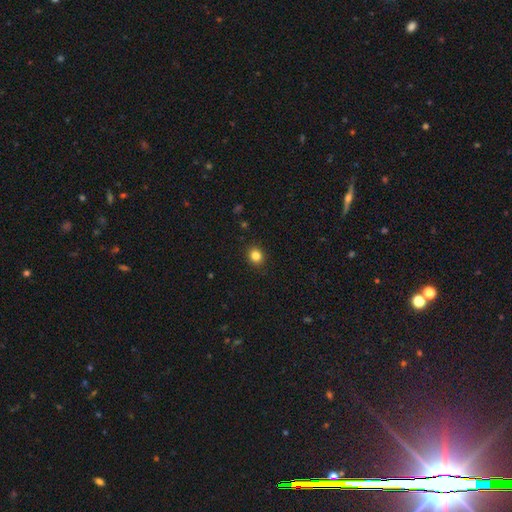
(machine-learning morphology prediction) This is clearly a smooth galaxy (83%). How rounded: clearly round (81%). Merging: clearly none (91%).